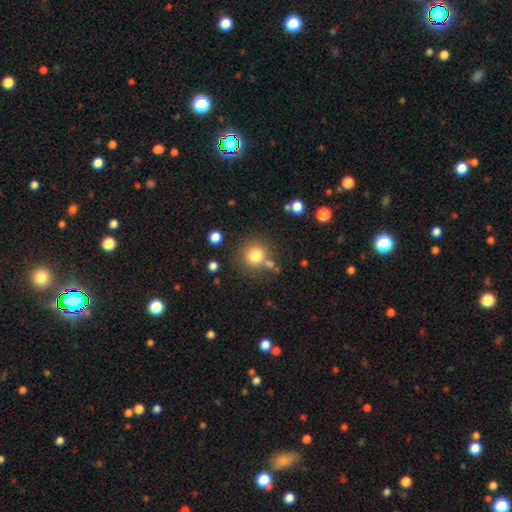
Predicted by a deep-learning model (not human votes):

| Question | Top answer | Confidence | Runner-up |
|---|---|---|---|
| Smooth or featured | smooth | 80% | star or artifact (12%) |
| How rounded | round | 92% | in between (7%) |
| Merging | none | 74% | minor disturbance (11%) |